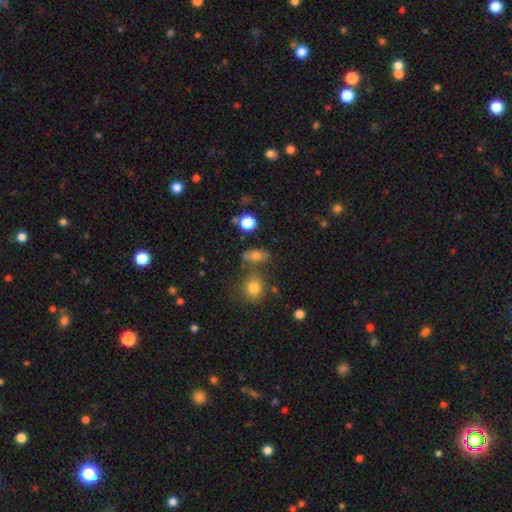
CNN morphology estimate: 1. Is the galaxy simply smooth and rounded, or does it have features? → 70% smooth, 16% featured or disk, 14% star or artifact.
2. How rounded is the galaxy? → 65% in between, 25% round, 9% cigar-shaped.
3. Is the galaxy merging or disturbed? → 67% none, 16% minor disturbance, 12% merger, 6% major disturbance.